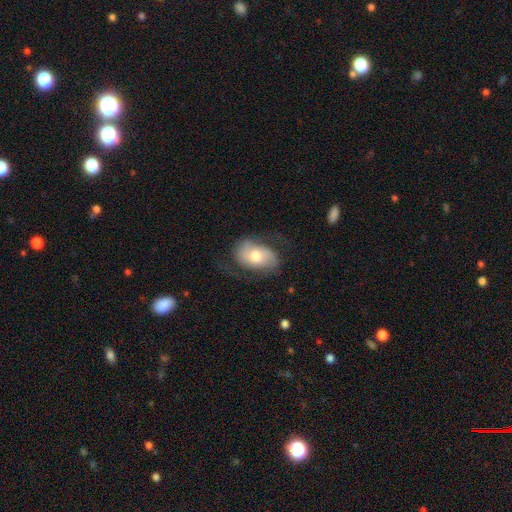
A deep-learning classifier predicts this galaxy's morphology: smooth-or-featured: featured or disk: 60% | smooth: 32% | star or artifact: 7%
  disk-edge-on: no: 95% | yes: 5%
    bar: no: 64% | weak: 28% | strong: 7%
    has-spiral-arms: yes: 84% | no: 16%
    bulge-size: moderate: 69% | large: 14% | small: 14% | dominant: 2% | none: 1%
  merging: none: 59% | minor disturbance: 22% | major disturbance: 18% | merger: 1%